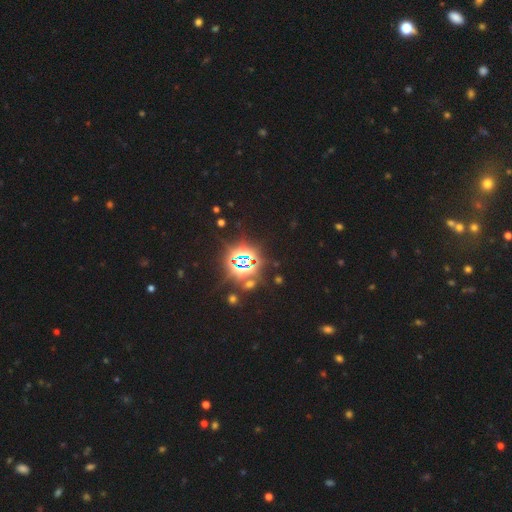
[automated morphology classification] Overall: star or artifact (83%).